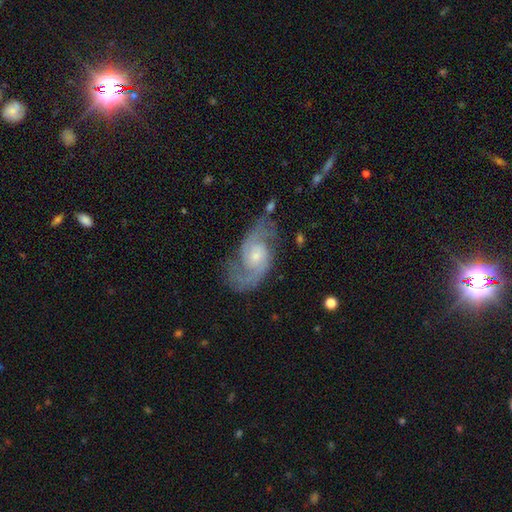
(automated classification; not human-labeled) This is clearly a featured or disk galaxy (87%). It is clearly not viewed edge-on (96%). Bar: likely no (63%). Spiral arm pattern: clearly yes (97%). Spiral arm count: clearly 2 (85%). Spiral winding: possibly medium (52%). Central bulge: possibly small (54%). Merging: likely none (70%).